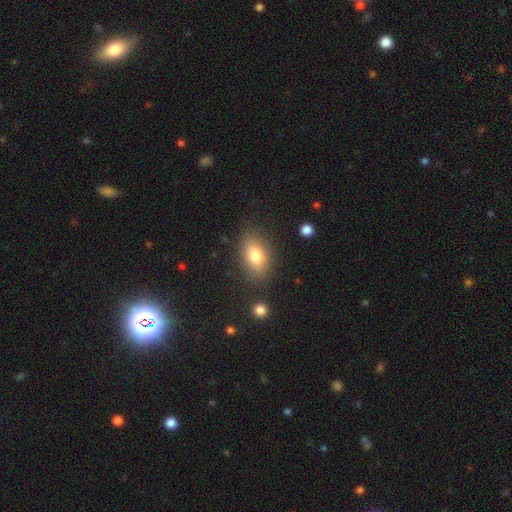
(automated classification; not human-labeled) Smooth or featured: smooth — 78% (featured or disk — 13%)
How rounded: in between — 86% (round — 10%)
Merging: none — 82% (minor disturbance — 12%)